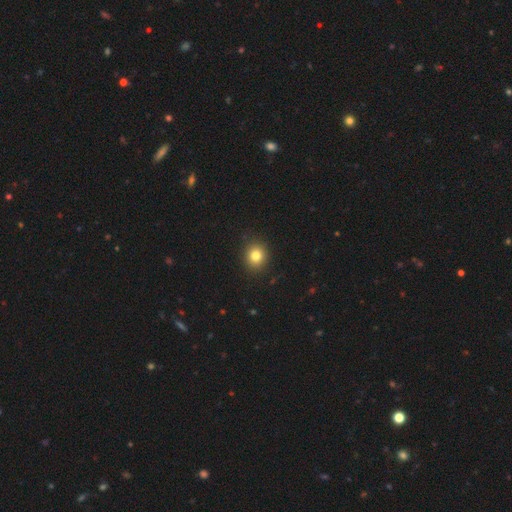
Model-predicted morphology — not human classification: This appears to be a smooth galaxy with no disk features (81%) that is round (79%). Merging: none (90%).